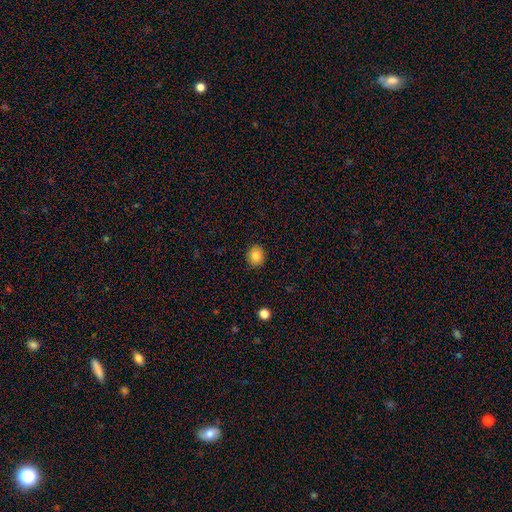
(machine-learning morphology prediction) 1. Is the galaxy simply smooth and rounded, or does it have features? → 83% smooth, 10% star or artifact, 7% featured or disk.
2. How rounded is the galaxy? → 77% round, 22% in between, 1% cigar-shaped.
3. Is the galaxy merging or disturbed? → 90% none, 7% minor disturbance, 2% major disturbance, 1% merger.